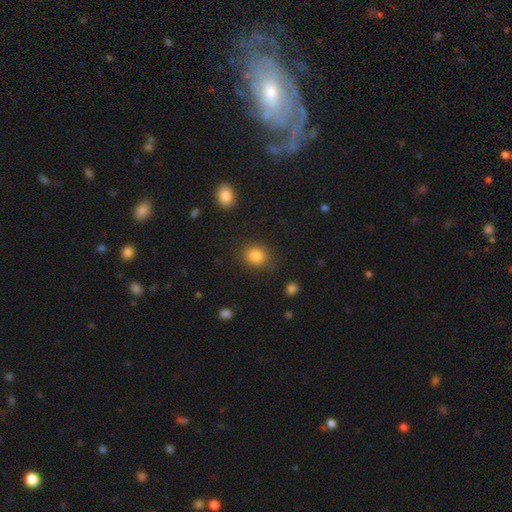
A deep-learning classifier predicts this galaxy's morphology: Smooth or featured? Predicted: smooth (p=0.84). How rounded? Predicted: round (p=0.68). Merging? Predicted: none (p=0.84).